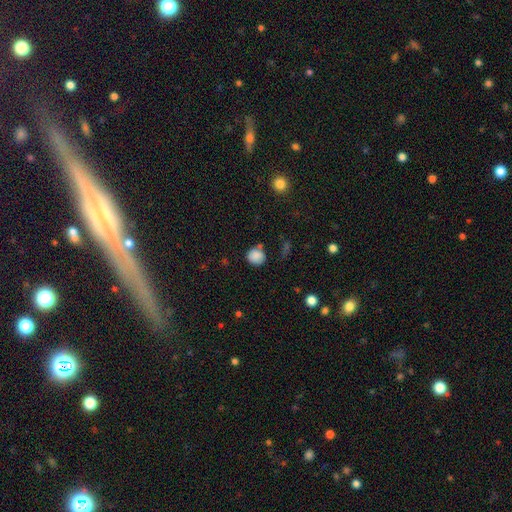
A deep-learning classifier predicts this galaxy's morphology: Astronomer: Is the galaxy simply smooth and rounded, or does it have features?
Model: smooth — 84%.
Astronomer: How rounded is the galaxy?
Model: round — 81%.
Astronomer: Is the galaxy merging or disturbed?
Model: none — 69%.